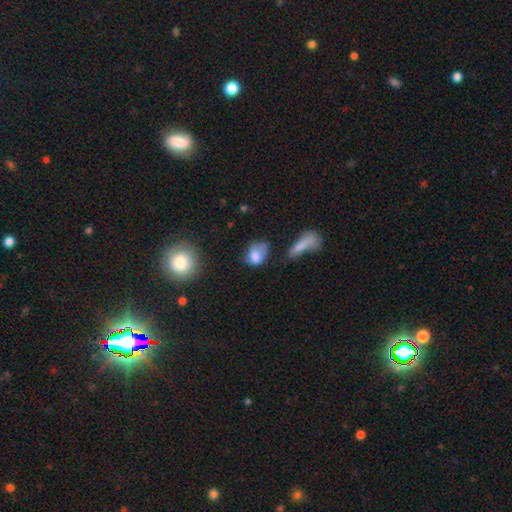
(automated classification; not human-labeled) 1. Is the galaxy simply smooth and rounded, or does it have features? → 76% smooth, 14% featured or disk, 10% star or artifact.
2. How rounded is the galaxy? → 63% in between, 34% round, 3% cigar-shaped.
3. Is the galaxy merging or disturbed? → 35% none, 33% minor disturbance, 21% major disturbance, 11% merger.